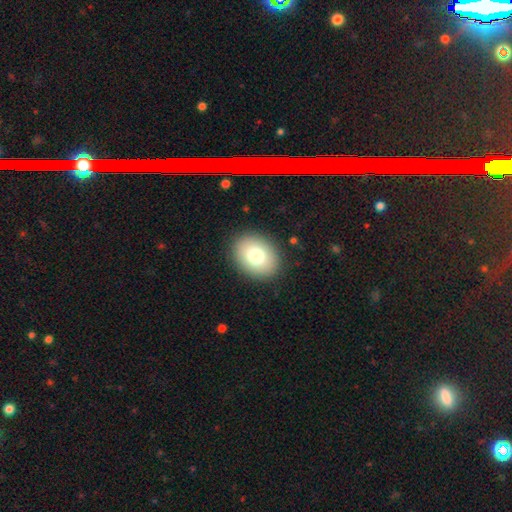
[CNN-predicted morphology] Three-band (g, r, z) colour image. It shows a smooth galaxy with no disk features (77%) that is in between round and cigar-shaped (60%). Merging: none (89%).